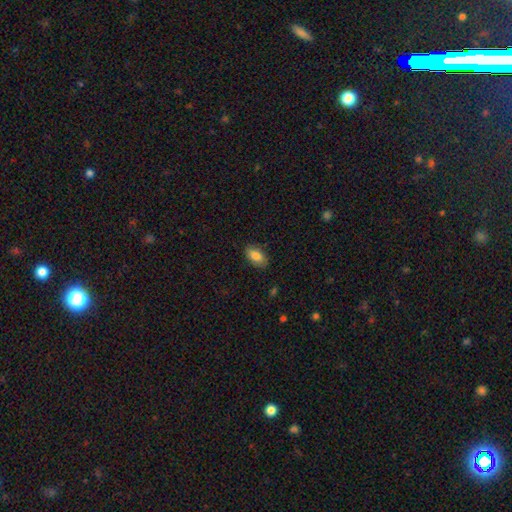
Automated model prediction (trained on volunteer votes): smooth-or-featured: smooth: 84% | featured or disk: 9% | star or artifact: 7%
  how-rounded: in between: 92% | round: 5% | cigar-shaped: 3%
  merging: none: 85% | minor disturbance: 11% | major disturbance: 2% | merger: 1%